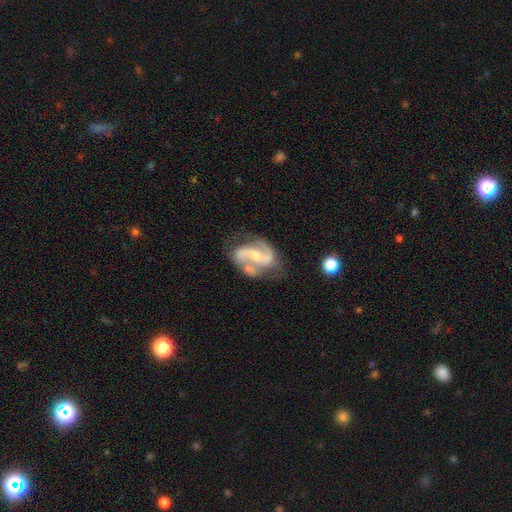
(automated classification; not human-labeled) Q: Smooth or featured?
A: featured or disk (88%); runner-up: smooth (7%)
Q: Edge-on disk?
A: no (97%); runner-up: yes (3%)
Q: Bar?
A: weak (38%); runner-up: no (31%)
Q: Spiral arms?
A: yes (96%); runner-up: no (4%)
Q: Spiral winding?
A: medium (51%); runner-up: loose (35%)
Q: Spiral arm count?
A: 2 (91%); runner-up: can't tell (3%)
Q: Bulge size?
A: small (52%); runner-up: moderate (38%)
Q: Merging?
A: none (57%); runner-up: minor disturbance (20%)